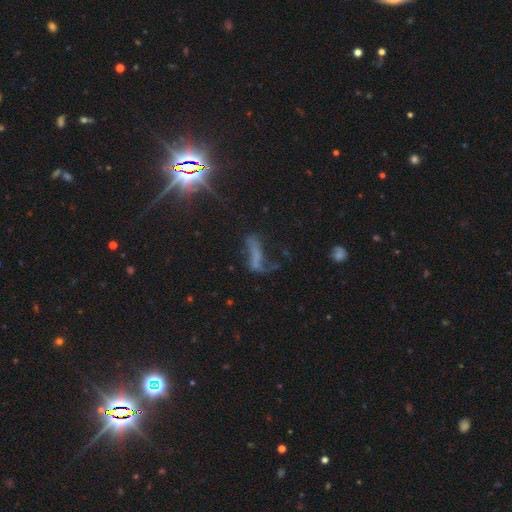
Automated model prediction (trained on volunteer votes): Smooth or featured? featured or disk (38%)
Merging? major disturbance (36%)